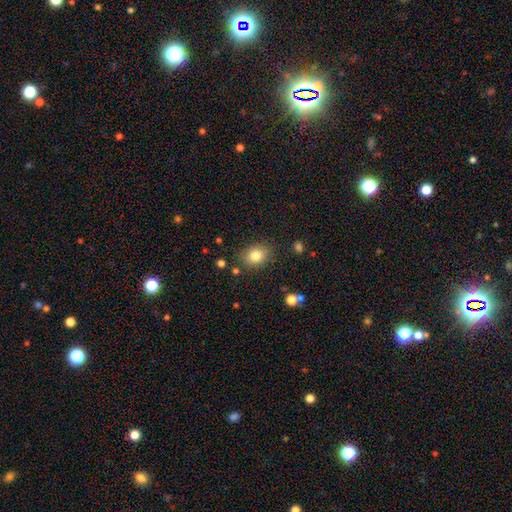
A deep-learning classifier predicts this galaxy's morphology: smooth_or_featured: smooth (p=0.80) [alt: star or artifact p=0.11]
how_rounded: in between (p=0.57) [alt: round p=0.42]
merging: none (p=0.83) [alt: minor disturbance p=0.11]